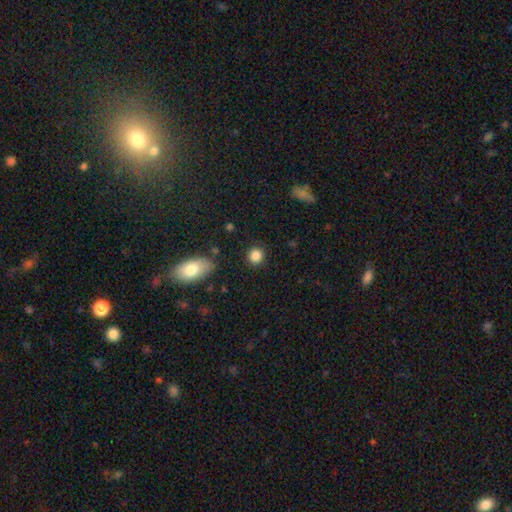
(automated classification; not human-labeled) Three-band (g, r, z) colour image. It shows a smooth galaxy with no disk features (86%) that is round (87%). Merging: none (87%).